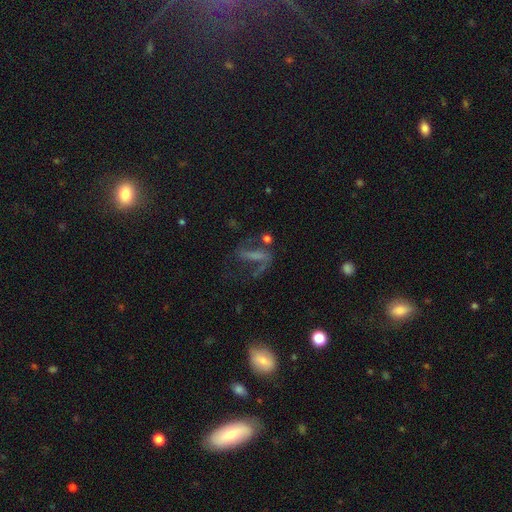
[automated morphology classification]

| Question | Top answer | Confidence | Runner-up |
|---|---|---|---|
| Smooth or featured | featured or disk | 59% | smooth (23%) |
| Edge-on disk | no | 88% | yes (12%) |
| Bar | strong | 50% | weak (27%) |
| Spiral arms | yes | 72% | no (28%) |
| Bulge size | none | 56% | small (22%) |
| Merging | none | 46% | major disturbance (31%) |